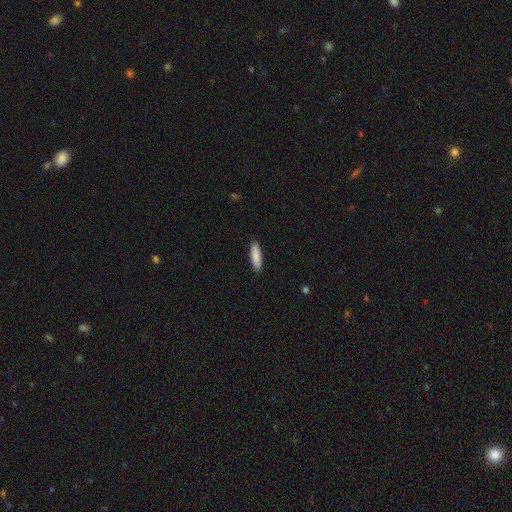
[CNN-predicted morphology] The model was most divided on "how rounded": cigar-shaped: 61%, in between: 37%, round: 1%. More confident: merging — none (91%); smooth or featured — smooth (88%).